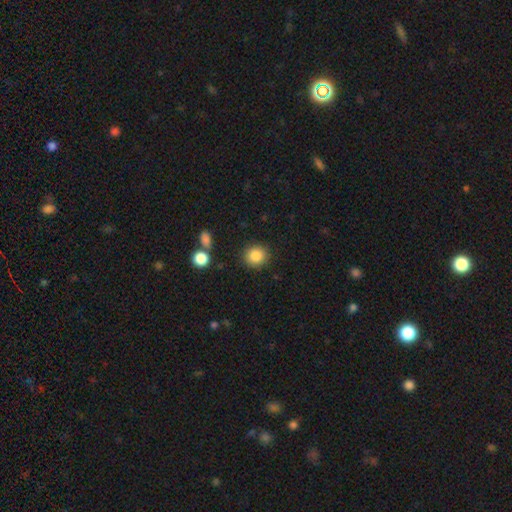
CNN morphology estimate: Overall: smooth (86%). How rounded: round (87%). Merging: none (88%).